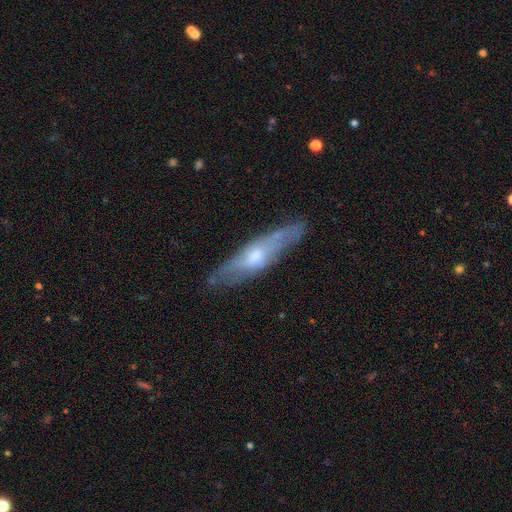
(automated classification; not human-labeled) smooth_or_featured: featured or disk (p=0.55) [alt: smooth p=0.39]
disk_edge_on: yes (p=0.66) [alt: no p=0.34]
merging: none (p=0.76) [alt: minor disturbance p=0.18]